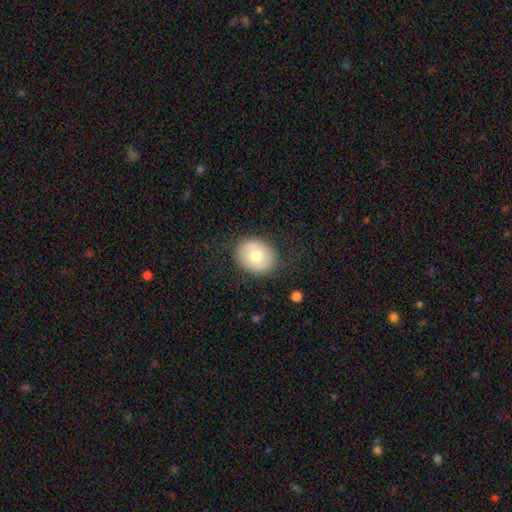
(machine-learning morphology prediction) The model was most divided on "how rounded": round: 63%, in between: 36%, cigar-shaped: 1%. More confident: merging — none (83%); smooth or featured — smooth (72%).